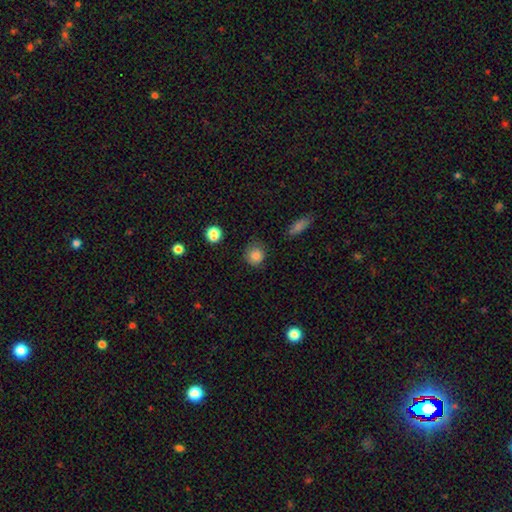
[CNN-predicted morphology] smooth_or_featured: smooth (p=0.84) [alt: star or artifact p=0.10]
how_rounded: round (p=0.87) [alt: in between p=0.12]
merging: none (p=0.78) [alt: minor disturbance p=0.16]